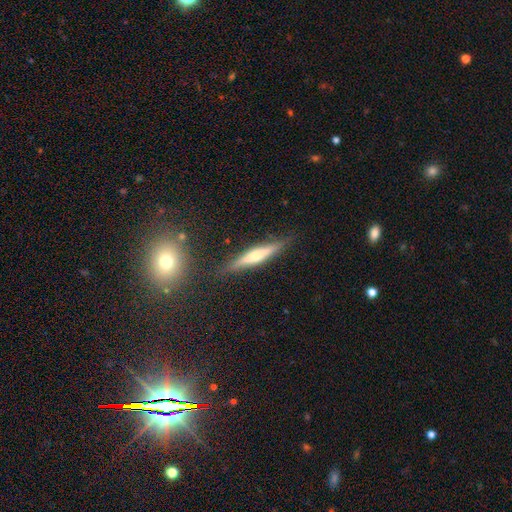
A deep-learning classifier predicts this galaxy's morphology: Overall: featured or disk (57%; smooth 35%). Edge-on disk: yes (94%). Edge-on bulge: rounded (76%). Merging: none (85%).